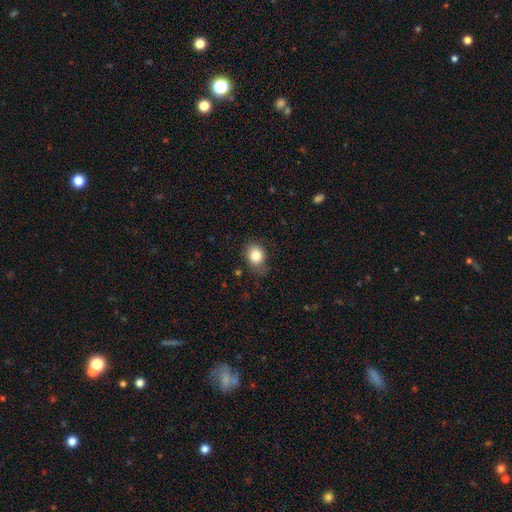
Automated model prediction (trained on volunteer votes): Smooth or featured?
  - smooth: 83% *
  - star or artifact: 9%
  - featured or disk: 7%
How rounded?
  - in between: 52% *
  - round: 47%
  - cigar-shaped: 1%
Merging?
  - none: 71% *
  - minor disturbance: 22%
  - major disturbance: 6%
  - merger: 1%